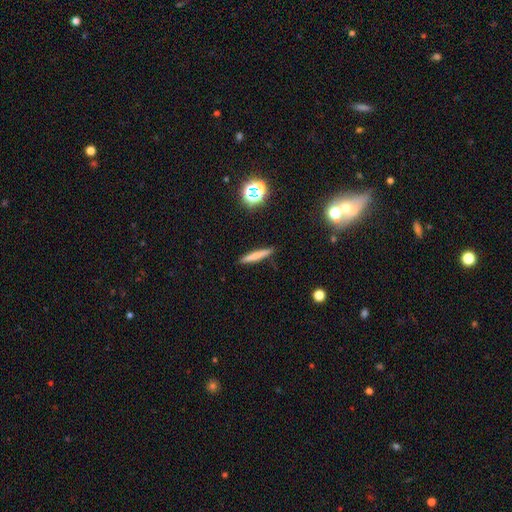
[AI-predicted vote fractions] Smooth or featured? Predicted: smooth (p=0.68). How rounded? Predicted: cigar-shaped (p=0.93). Merging? Predicted: none (p=0.89).